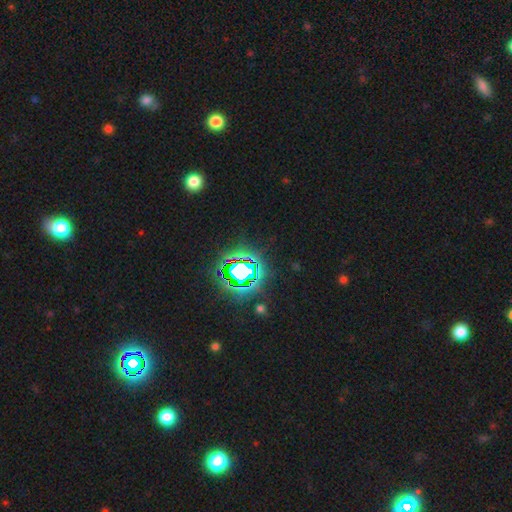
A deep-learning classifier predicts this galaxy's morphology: A star or artifact, not a galaxy (81%).

Vote fractions:
- Smooth or featured? star or artifact: 81% / smooth: 12% / featured or disk: 7%